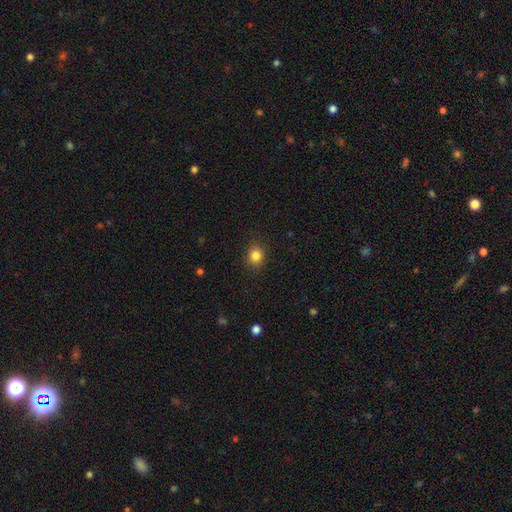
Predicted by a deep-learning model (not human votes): The model was most divided on "how rounded": round: 73%, in between: 26%, cigar-shaped: 1%. More confident: merging — none (88%); smooth or featured — smooth (84%).